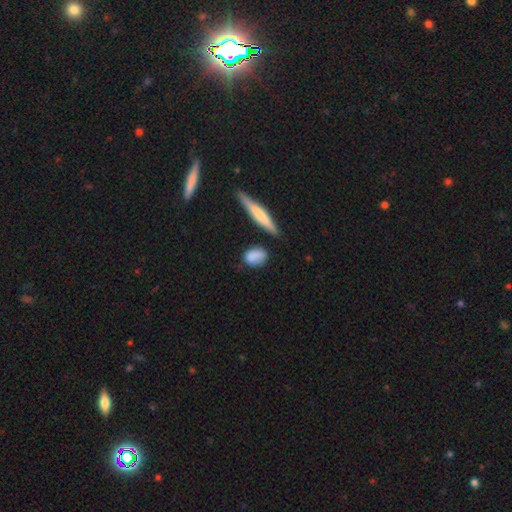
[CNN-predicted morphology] Overall: smooth (84%). How rounded: in between (72%). Merging: none (68%).